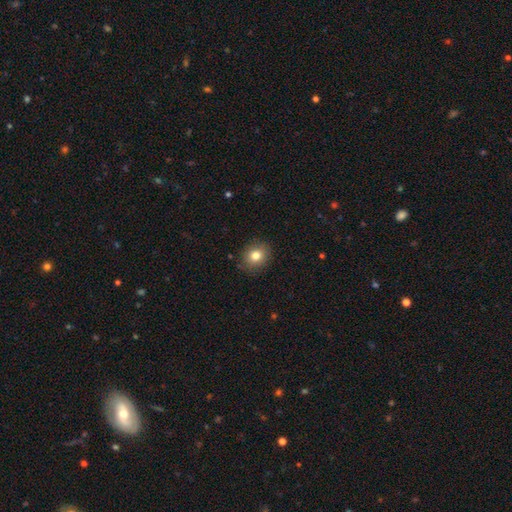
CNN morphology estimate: This appears to be a smooth galaxy with no disk features (81%) that is round (72%). Merging: none (88%).